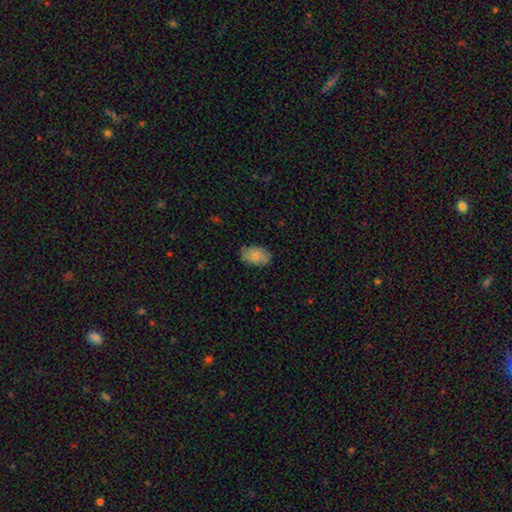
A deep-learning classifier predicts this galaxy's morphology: smooth_or_featured: smooth (p=0.81) [alt: featured or disk p=0.12]
how_rounded: in between (p=0.90) [alt: round p=0.08]
merging: none (p=0.82) [alt: minor disturbance p=0.14]